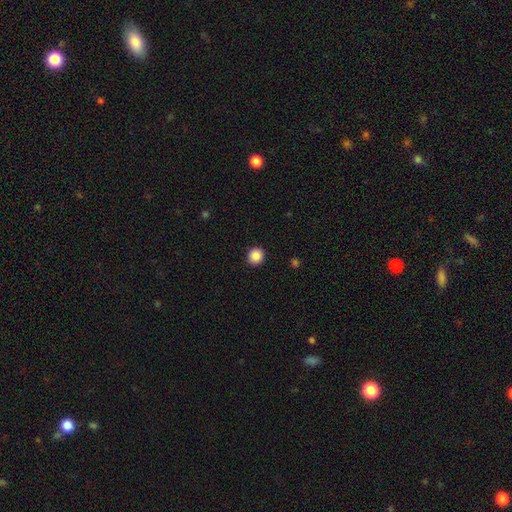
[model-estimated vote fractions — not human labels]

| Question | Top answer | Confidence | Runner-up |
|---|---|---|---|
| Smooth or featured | smooth | 88% | star or artifact (9%) |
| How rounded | round | 90% | in between (10%) |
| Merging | none | 92% | minor disturbance (5%) |